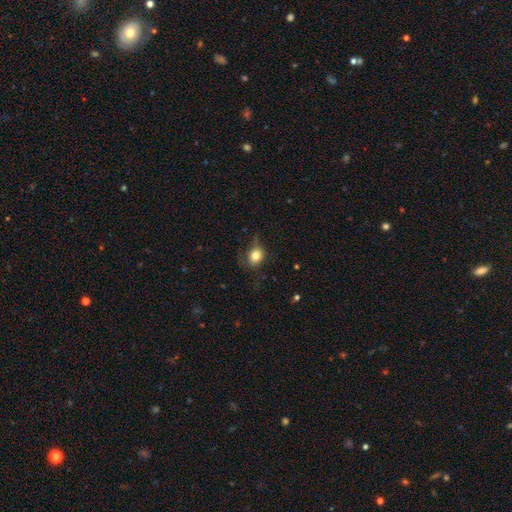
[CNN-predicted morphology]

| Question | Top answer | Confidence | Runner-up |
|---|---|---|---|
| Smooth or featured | smooth | 78% | featured or disk (11%) |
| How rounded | round | 64% | in between (35%) |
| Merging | none | 57% | minor disturbance (28%) |